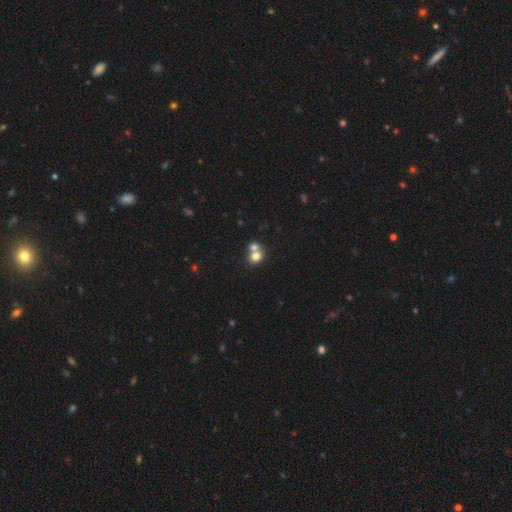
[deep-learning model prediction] Smooth or featured? smooth (75%)
How rounded? round (72%)
Merging? merger (59%)